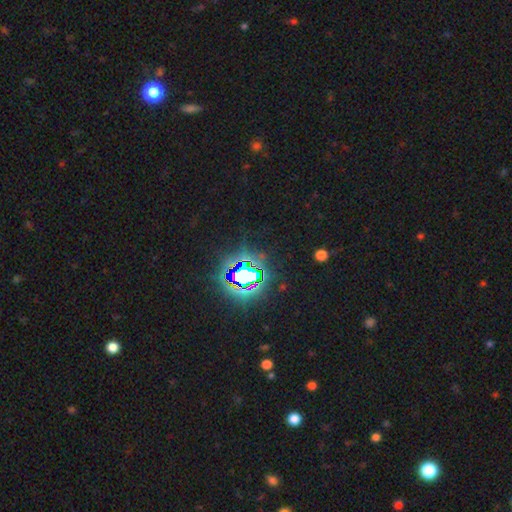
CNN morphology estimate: star or artifact 85%, smooth 9%, featured or disk 6%.